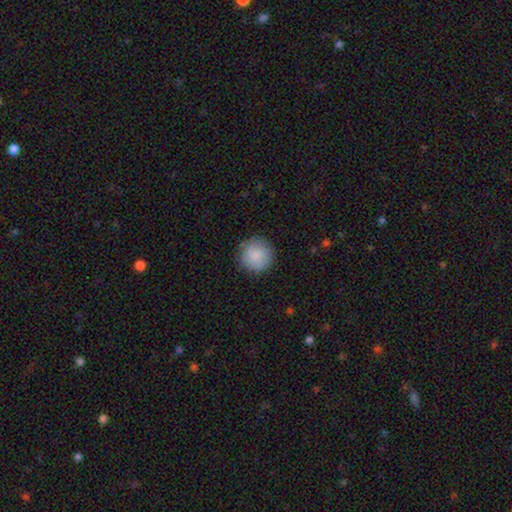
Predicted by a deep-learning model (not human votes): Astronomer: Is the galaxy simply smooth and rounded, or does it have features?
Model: smooth — 87%.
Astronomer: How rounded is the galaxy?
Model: round — 95%.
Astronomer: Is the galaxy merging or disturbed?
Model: none — 85%.